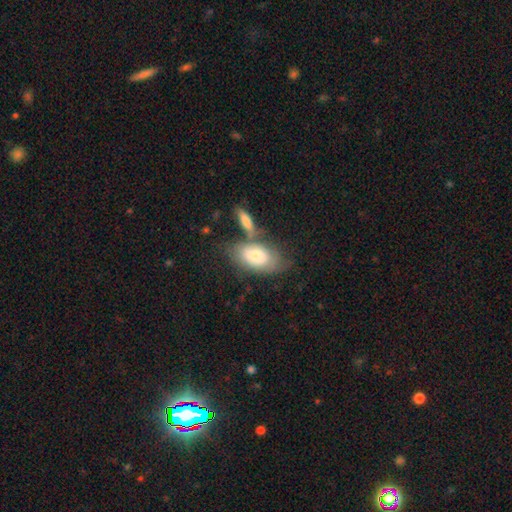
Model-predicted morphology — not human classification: Smooth or featured? Predicted: smooth (p=0.66). How rounded? Predicted: in between (p=0.91). Merging? Predicted: none (p=0.41).